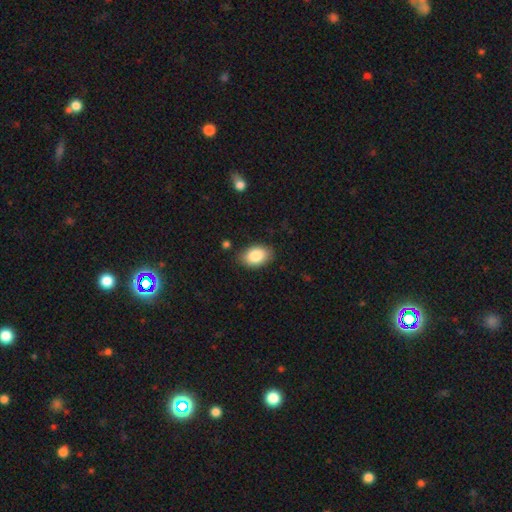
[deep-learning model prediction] Q: Smooth or featured?
A: smooth (86%); runner-up: featured or disk (7%)
Q: How rounded?
A: in between (88%); runner-up: round (10%)
Q: Merging?
A: none (84%); runner-up: minor disturbance (12%)